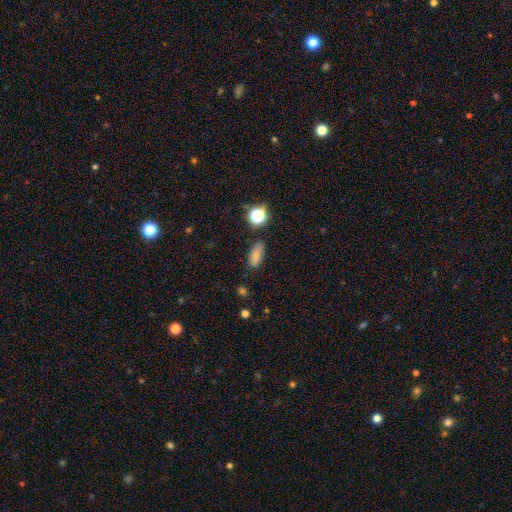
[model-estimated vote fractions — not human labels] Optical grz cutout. It shows a smooth galaxy with no disk features (75%) that is in between round and cigar-shaped (82%). Merging: none (72%).